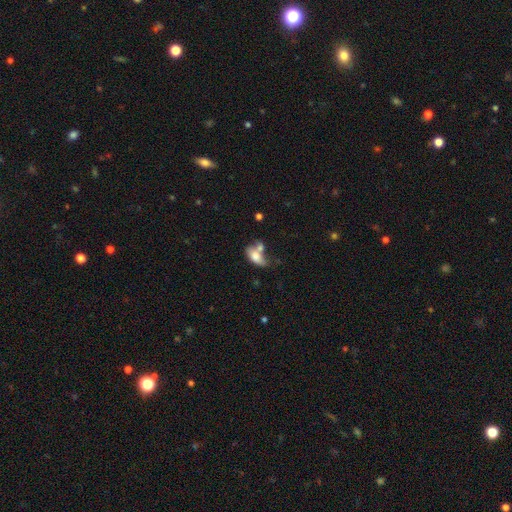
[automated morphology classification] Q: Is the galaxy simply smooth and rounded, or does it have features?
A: smooth — 71%.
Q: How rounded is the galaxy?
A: in between — 88%.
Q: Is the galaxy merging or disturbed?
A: merger — 48%.